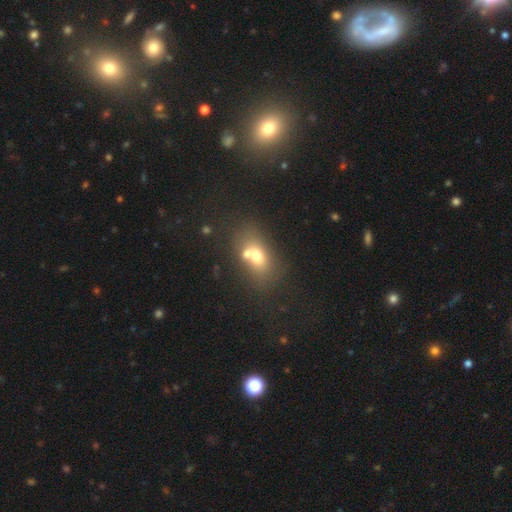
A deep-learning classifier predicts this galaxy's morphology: A smooth galaxy with no disk features (62%) that is in between round and cigar-shaped (70%).

Vote fractions:
- Smooth or featured? smooth: 62% / featured or disk: 24% / star or artifact: 13%
- How rounded? in between: 70% / round: 28% / cigar-shaped: 3%
- Merging? merger: 50% / none: 34% / minor disturbance: 10% / major disturbance: 5%